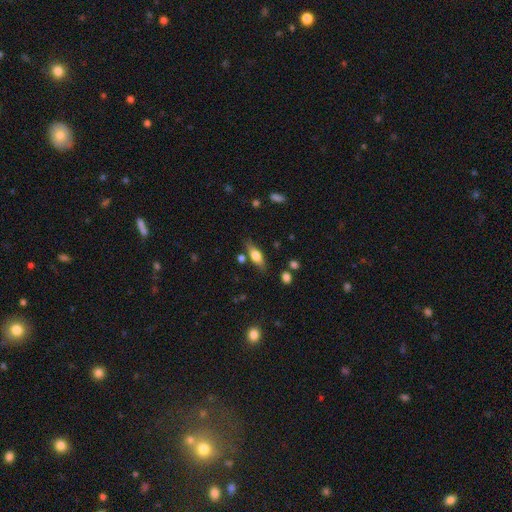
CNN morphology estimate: smooth-or-featured: smooth: 57% | featured or disk: 36% | star or artifact: 7%
  how-rounded: in between: 61% | cigar-shaped: 35% | round: 4%
  merging: none: 76% | minor disturbance: 15% | merger: 5% | major disturbance: 4%